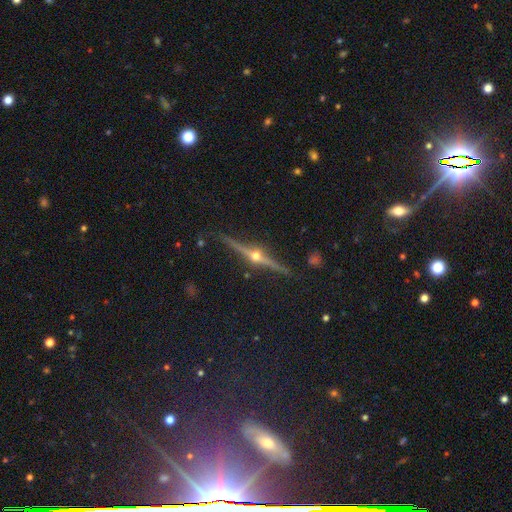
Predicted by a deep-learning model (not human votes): Smooth or featured? Predicted: featured or disk (p=0.87). Edge-on disk? Predicted: yes (p=0.98). Edge-on bulge? Predicted: rounded (p=0.97). Merging? Predicted: none (p=0.90).